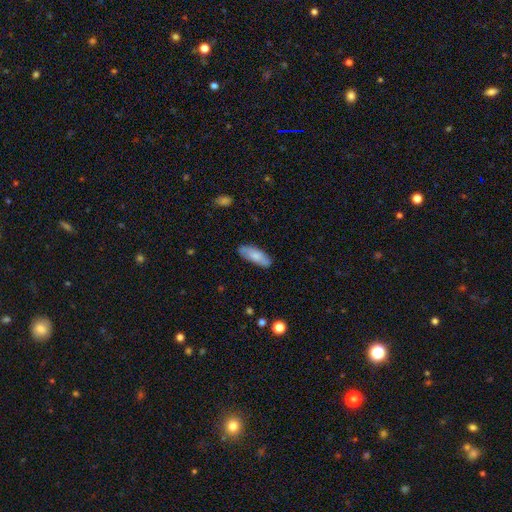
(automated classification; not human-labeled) smooth 76%, featured or disk 18%, star or artifact 6%. Down the decision tree: how rounded — in between (73%); merging — none (82%).